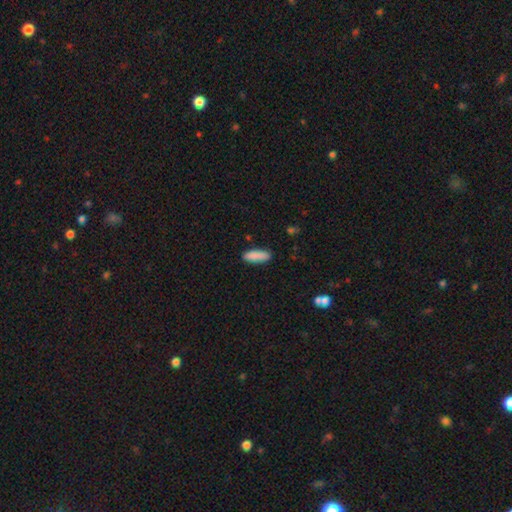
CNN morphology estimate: Smooth or featured? Predicted: smooth (p=0.88). How rounded? Predicted: cigar-shaped (p=0.49, tied with in between). Merging? Predicted: none (p=0.84).